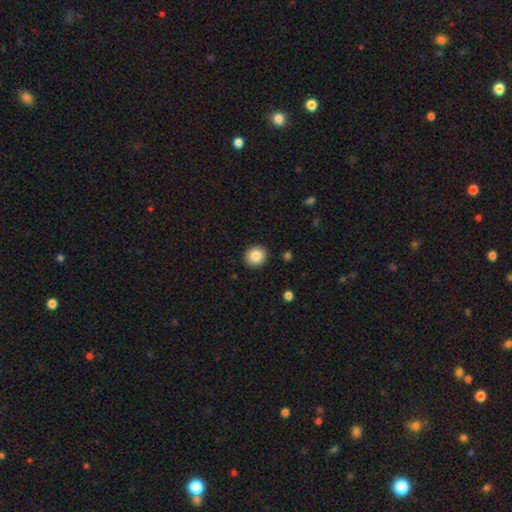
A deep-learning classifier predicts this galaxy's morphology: Q: Smooth or featured?
A: smooth (87%); runner-up: star or artifact (9%)
Q: How rounded?
A: round (85%); runner-up: in between (14%)
Q: Merging?
A: none (91%); runner-up: minor disturbance (6%)